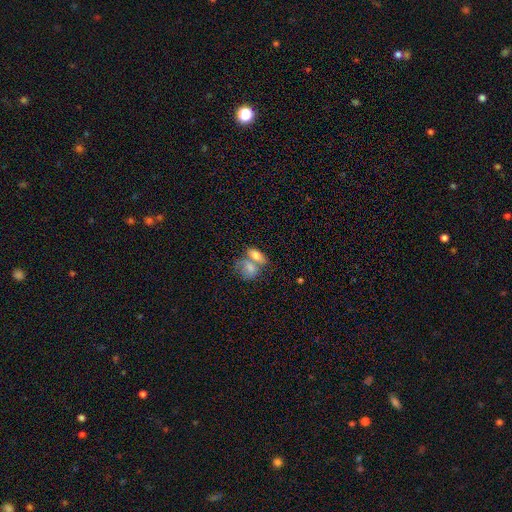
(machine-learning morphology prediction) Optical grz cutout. It shows a smooth galaxy with no disk features (71%) that is in between round and cigar-shaped (78%). Merging: merger (50%).